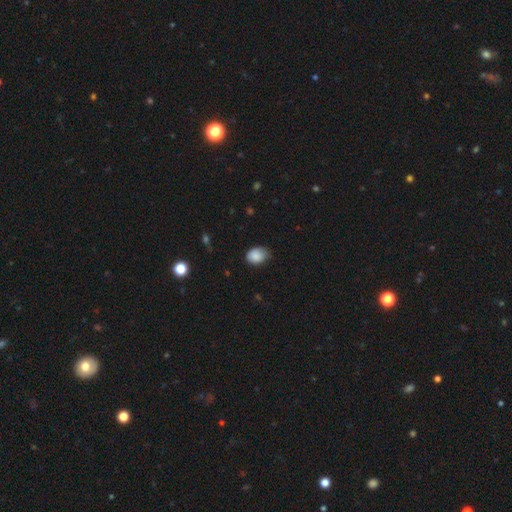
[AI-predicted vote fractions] A smooth galaxy with no disk features (87%) that is in between round and cigar-shaped (62%).

Vote fractions:
- Smooth or featured? smooth: 87% / star or artifact: 8% / featured or disk: 5%
- How rounded? in between: 62% / round: 37% / cigar-shaped: 1%
- Merging? none: 59% / minor disturbance: 34% / major disturbance: 5% / merger: 1%